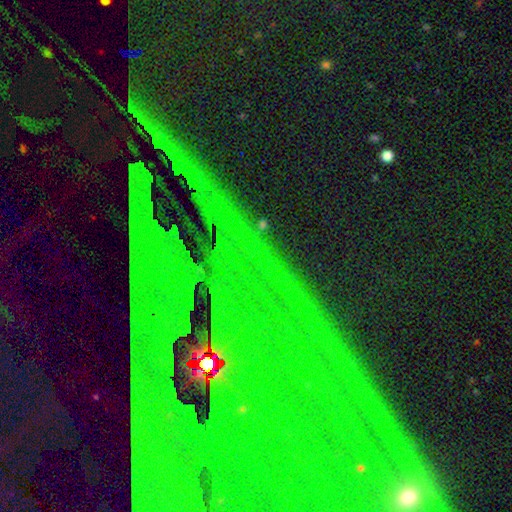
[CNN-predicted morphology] The model was most divided on "smooth or featured": star or artifact: 84%, featured or disk: 9%, smooth: 7%.